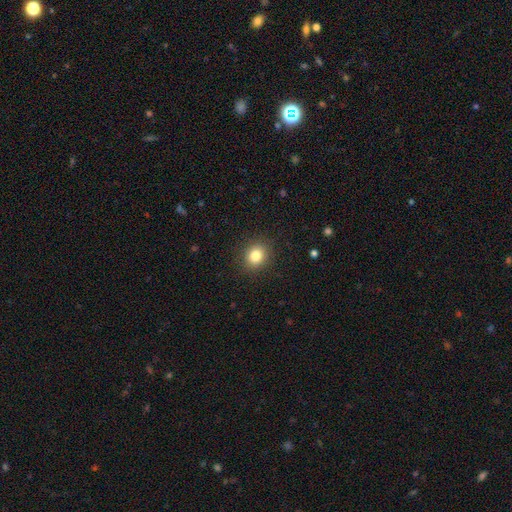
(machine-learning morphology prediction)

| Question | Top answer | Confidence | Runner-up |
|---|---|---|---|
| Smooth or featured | smooth | 83% | star or artifact (11%) |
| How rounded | round | 74% | in between (25%) |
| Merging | none | 90% | minor disturbance (7%) |